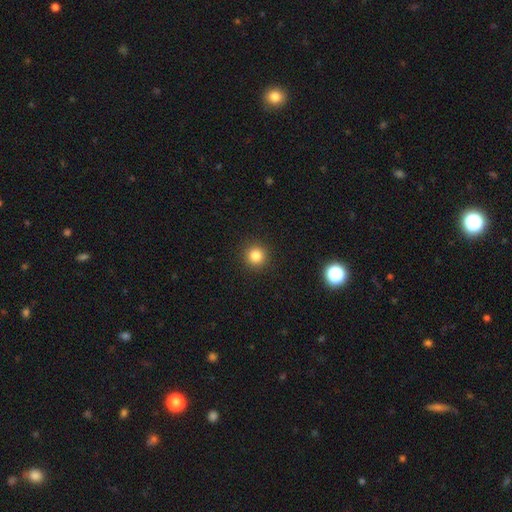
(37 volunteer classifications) A smooth galaxy with no disk features (86%) that is round (97%).

Vote fractions:
- Smooth or featured? smooth: 86% / star or artifact: 8% / featured or disk: 5%
- How rounded? round: 97% / in between: 3% / cigar-shaped: 0%
- Merging? none: 91% / minor disturbance: 6% / major disturbance: 3% / merger: 0%